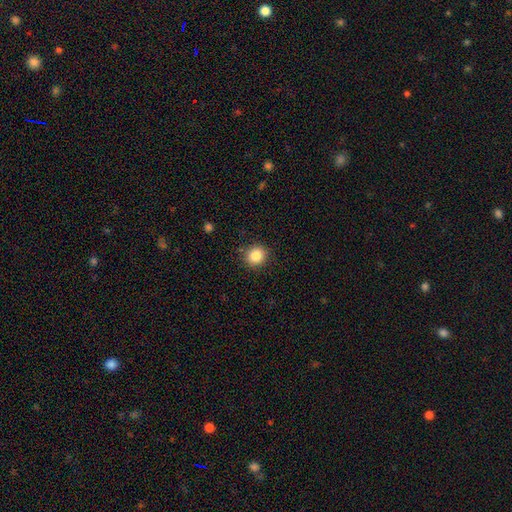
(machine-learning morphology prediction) This appears to be a smooth galaxy with no disk features (85%) that is round (86%). Merging: none (88%).